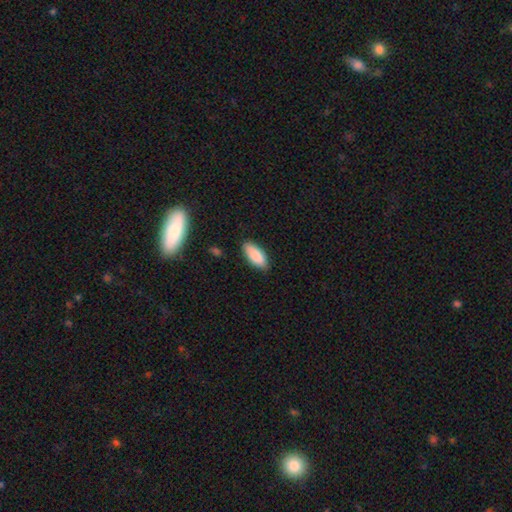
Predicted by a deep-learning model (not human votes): smooth_or_featured: smooth (p=0.87) [alt: featured or disk p=0.07]
how_rounded: in between (p=0.84) [alt: cigar-shaped p=0.14]
merging: none (p=0.85) [alt: minor disturbance p=0.12]